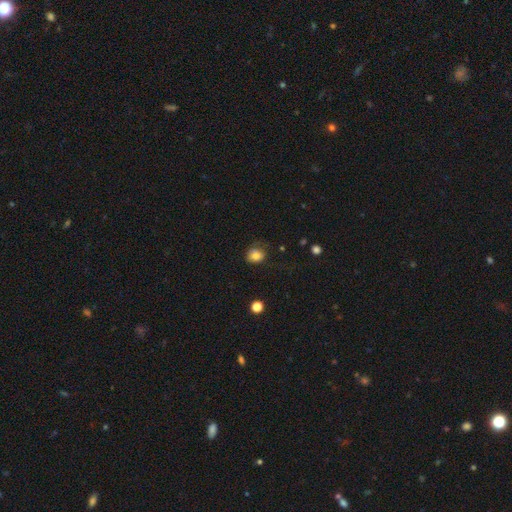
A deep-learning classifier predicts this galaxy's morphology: Smooth or featured? smooth (80%)
How rounded? round (65%)
Merging? none (61%)